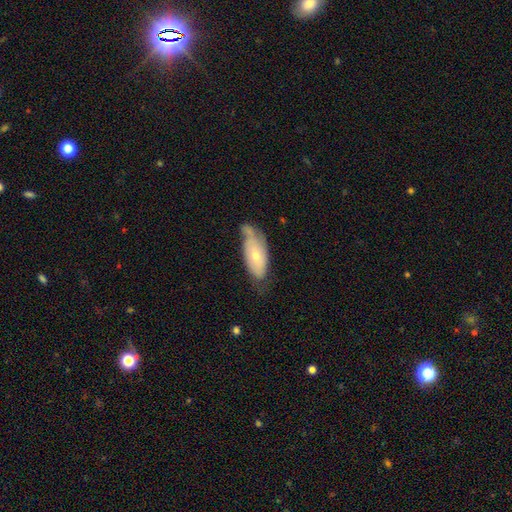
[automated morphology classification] Smooth or featured? smooth (51%)
How rounded? in between (85%)
Merging? none (41%)